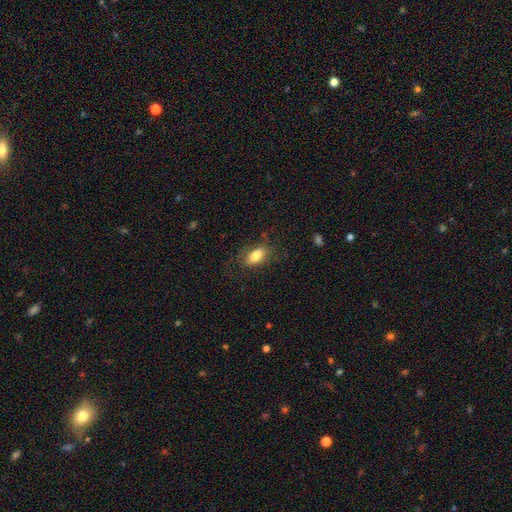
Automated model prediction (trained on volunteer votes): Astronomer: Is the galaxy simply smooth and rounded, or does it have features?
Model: smooth — 82%.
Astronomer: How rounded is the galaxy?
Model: in between — 87%.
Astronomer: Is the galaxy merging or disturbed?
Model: none — 75%.